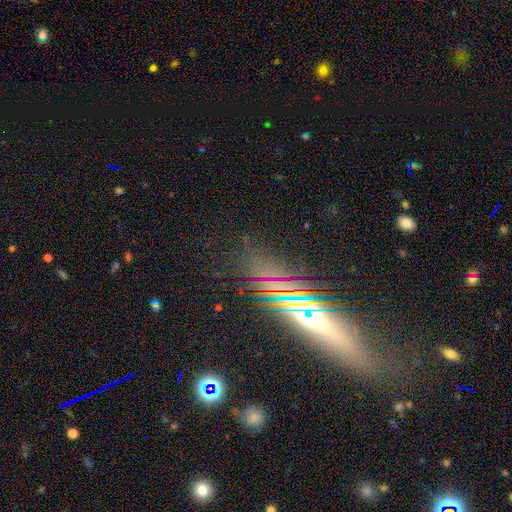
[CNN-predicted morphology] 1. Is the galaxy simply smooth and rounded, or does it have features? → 44% star or artifact, 35% featured or disk, 22% smooth.